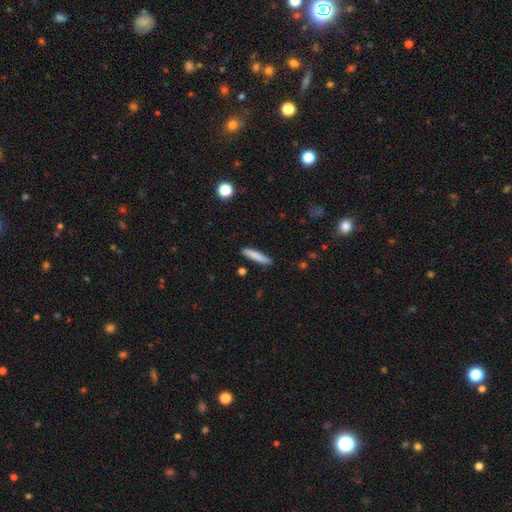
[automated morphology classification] Smooth or featured: smooth — 81% (featured or disk — 13%)
How rounded: cigar-shaped — 91% (in between — 8%)
Merging: none — 89% (minor disturbance — 8%)